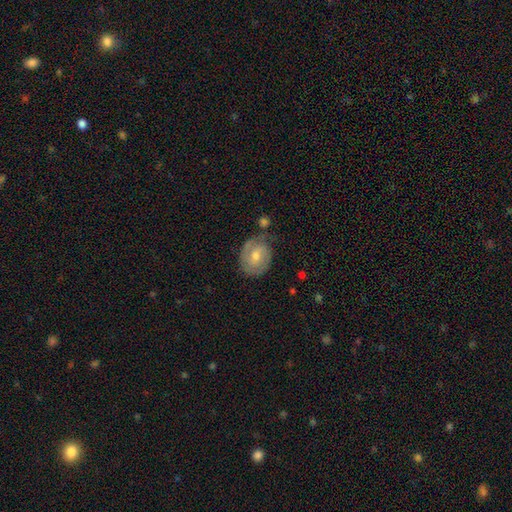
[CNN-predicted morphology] Q: Smooth or featured?
A: featured or disk (64%); runner-up: smooth (28%)
Q: Edge-on disk?
A: no (97%); runner-up: yes (3%)
Q: Bar?
A: no (52%); runner-up: weak (40%)
Q: Spiral arms?
A: yes (85%); runner-up: no (15%)
Q: Spiral winding?
A: tight (60%); runner-up: medium (31%)
Q: Spiral arm count?
A: 2 (62%); runner-up: can't tell (21%)
Q: Bulge size?
A: moderate (57%); runner-up: small (38%)
Q: Merging?
A: none (68%); runner-up: minor disturbance (19%)